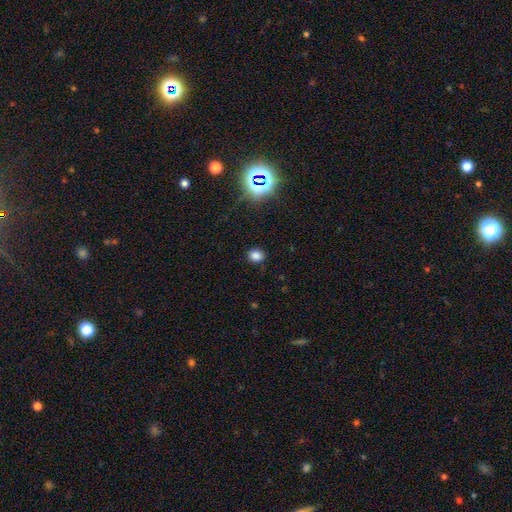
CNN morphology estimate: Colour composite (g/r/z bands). It shows a smooth galaxy with no disk features (79%) that is round (65%). Merging: none (87%).